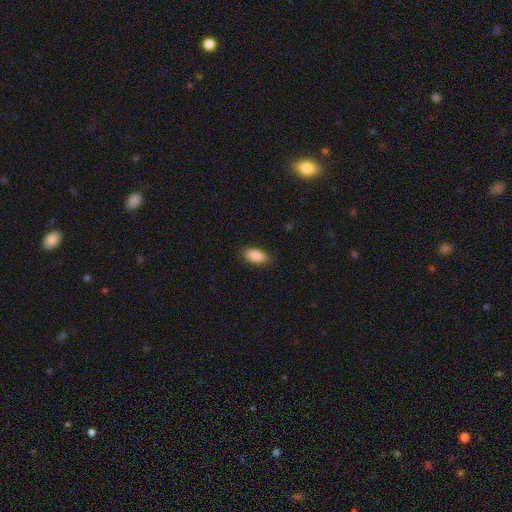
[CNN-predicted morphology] A smooth galaxy with no disk features (89%) that is in between round and cigar-shaped (92%). Merging: none (86%).